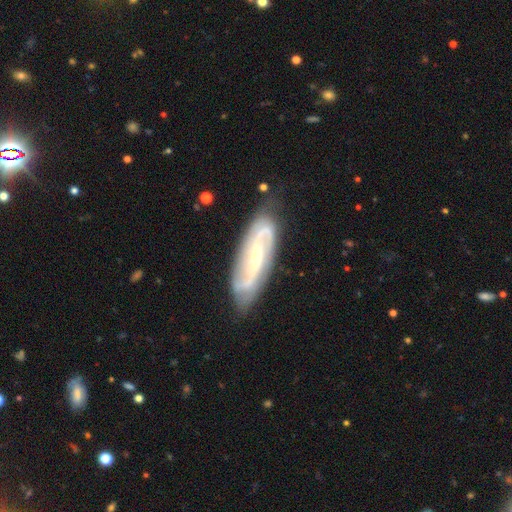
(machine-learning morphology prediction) The model was most divided on "bar": weak: 42%, no: 31%, strong: 27%. Remaining: spiral arms — yes (96%); edge-on disk — no (90%); smooth or featured — featured or disk (85%); merging — none (79%); spiral arm count — 2 (77%); bulge size — small (60%); spiral winding — medium (44%).